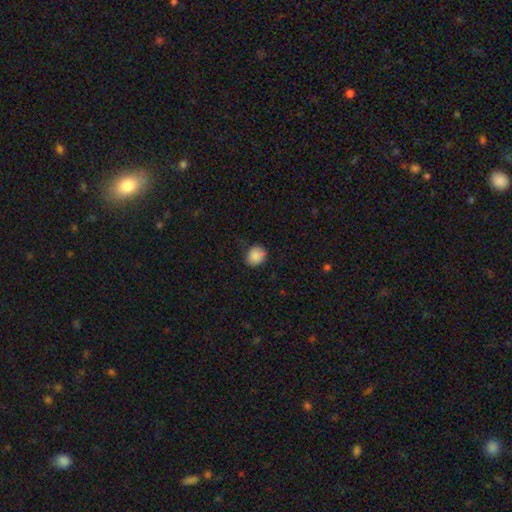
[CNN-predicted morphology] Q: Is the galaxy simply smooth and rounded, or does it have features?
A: smooth — 88%.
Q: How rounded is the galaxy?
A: round — 67%.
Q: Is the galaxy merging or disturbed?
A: none — 79%.